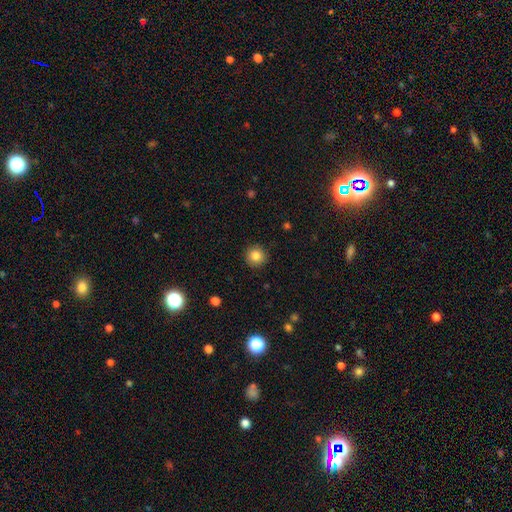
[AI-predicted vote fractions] Smooth or featured: smooth — 84% (star or artifact — 10%)
How rounded: round — 93% (in between — 6%)
Merging: none — 91% (minor disturbance — 6%)